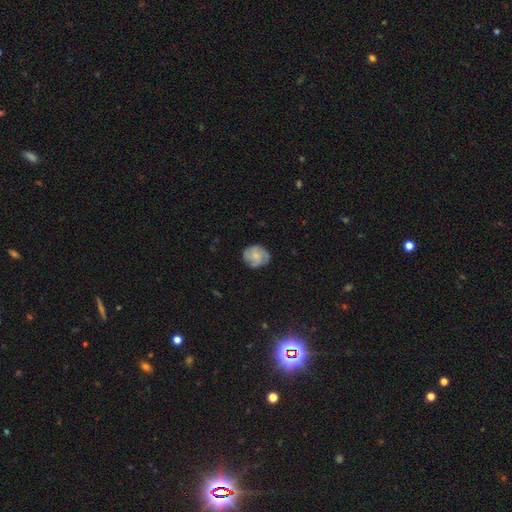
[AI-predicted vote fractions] The model was most divided on "smooth or featured": featured or disk: 50%, smooth: 42%, star or artifact: 8%. More confident: edge-on disk — no (98%); merging — none (74%).